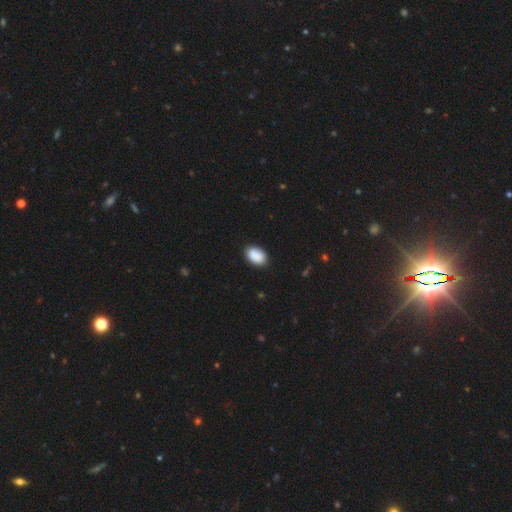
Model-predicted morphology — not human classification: Overall: smooth (89%). How rounded: in between (89%). Merging: none (86%).